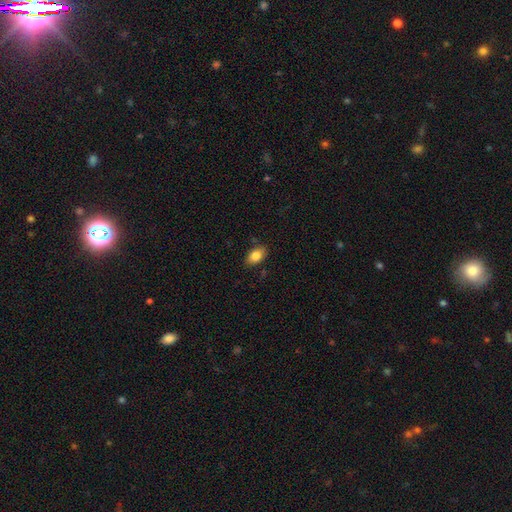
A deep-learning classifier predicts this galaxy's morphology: The model was most divided on "merging": none: 82%, minor disturbance: 13%, major disturbance: 3%, merger: 2%. More confident: how rounded — in between (89%); smooth or featured — smooth (83%).